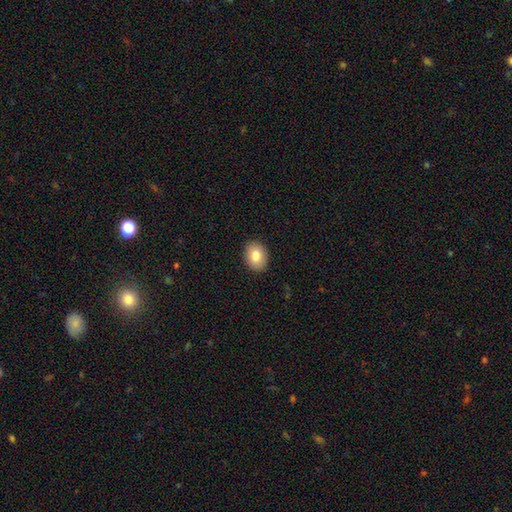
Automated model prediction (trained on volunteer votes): Q: Smooth or featured?
A: smooth (82%); runner-up: featured or disk (10%)
Q: How rounded?
A: in between (67%); runner-up: round (32%)
Q: Merging?
A: none (90%); runner-up: minor disturbance (7%)